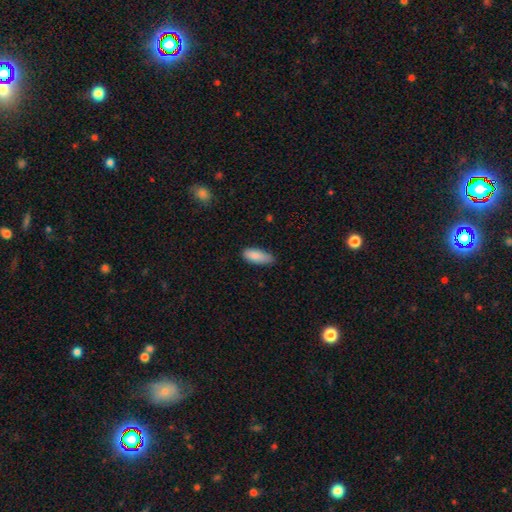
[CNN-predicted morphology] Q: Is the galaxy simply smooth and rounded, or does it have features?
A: smooth — 88%.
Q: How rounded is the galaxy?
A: in between — 80%.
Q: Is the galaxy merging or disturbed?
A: none — 67%.